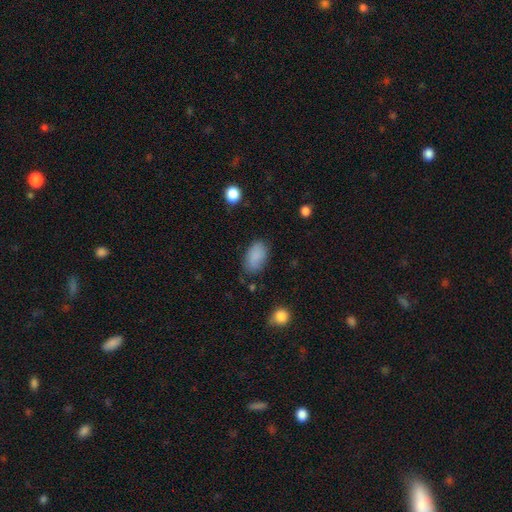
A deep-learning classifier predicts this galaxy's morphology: Q: Smooth or featured?
A: smooth (87%); runner-up: star or artifact (8%)
Q: How rounded?
A: in between (91%); runner-up: round (7%)
Q: Merging?
A: none (75%); runner-up: minor disturbance (19%)